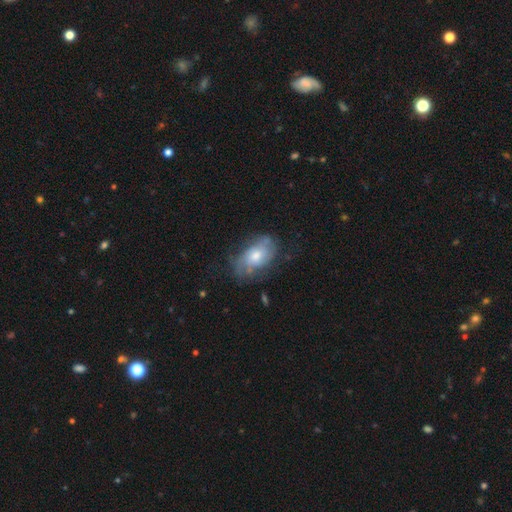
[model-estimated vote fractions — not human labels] This appears to be a featured or disk galaxy (54%) with no bar (80%), spiral arms (67%) and a moderate central bulge (62%). Merging: none (61%).